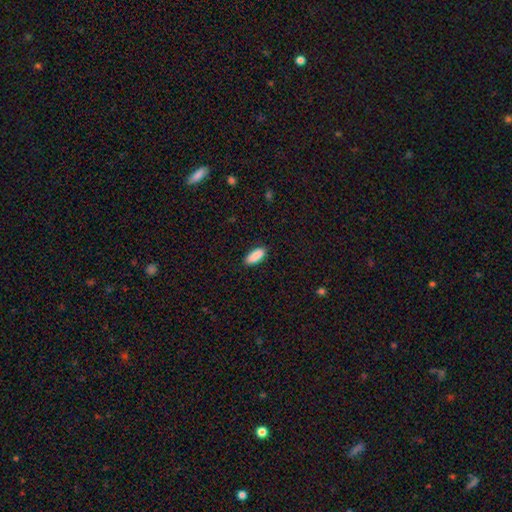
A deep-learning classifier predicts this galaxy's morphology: A smooth galaxy with no disk features (90%) that is in between round and cigar-shaped (79%). Merging: none (88%).